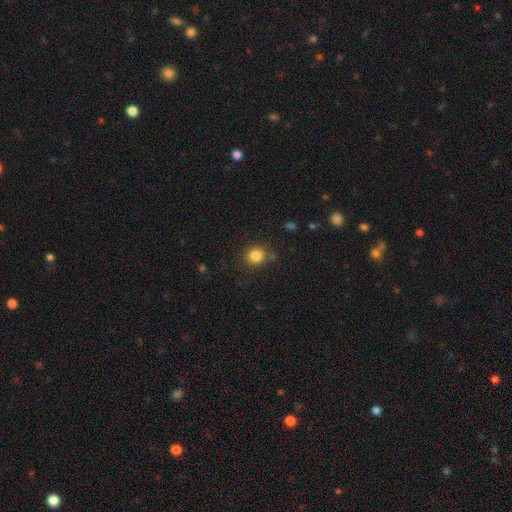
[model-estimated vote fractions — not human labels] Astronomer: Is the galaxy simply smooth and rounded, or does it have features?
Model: smooth — 83%.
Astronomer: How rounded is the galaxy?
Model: round — 88%.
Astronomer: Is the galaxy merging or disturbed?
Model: none — 83%.